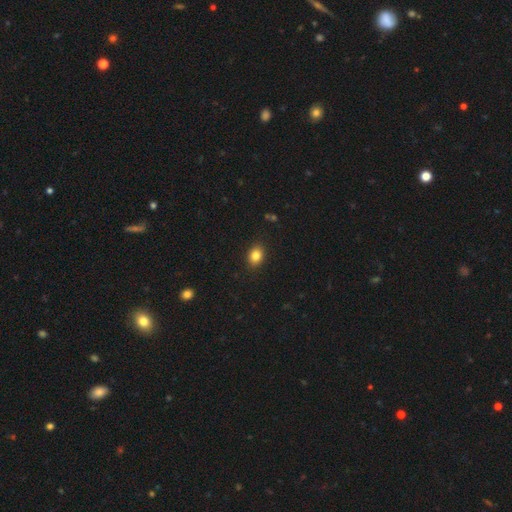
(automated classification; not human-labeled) This appears to be a smooth galaxy with no disk features (84%) that is in between round and cigar-shaped (62%). Merging: none (89%).